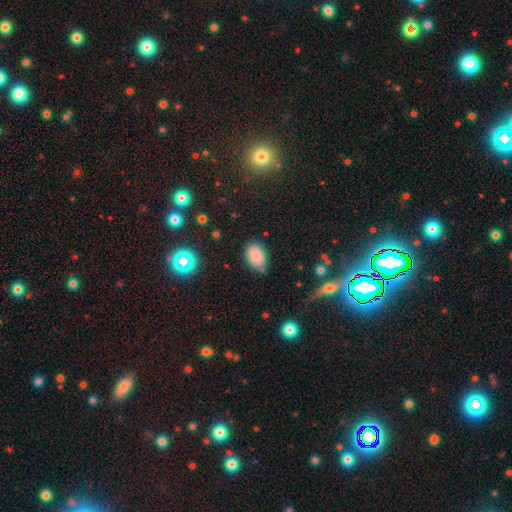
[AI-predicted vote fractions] Smooth or featured? smooth (84%)
How rounded? in between (83%)
Merging? none (79%)